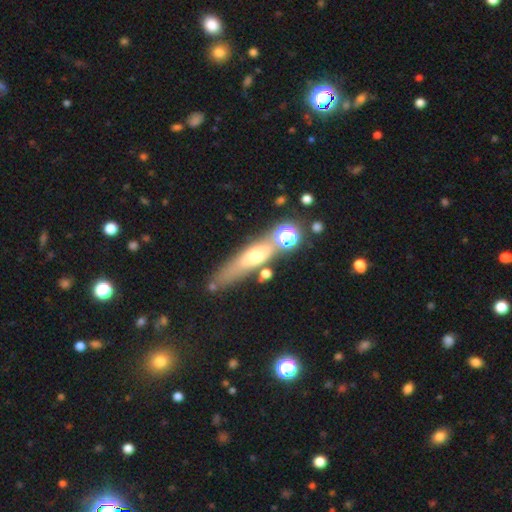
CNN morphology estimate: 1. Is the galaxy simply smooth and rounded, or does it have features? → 48% smooth, 39% featured or disk, 13% star or artifact.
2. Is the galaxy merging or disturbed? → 62% none, 16% minor disturbance, 14% merger, 8% major disturbance.